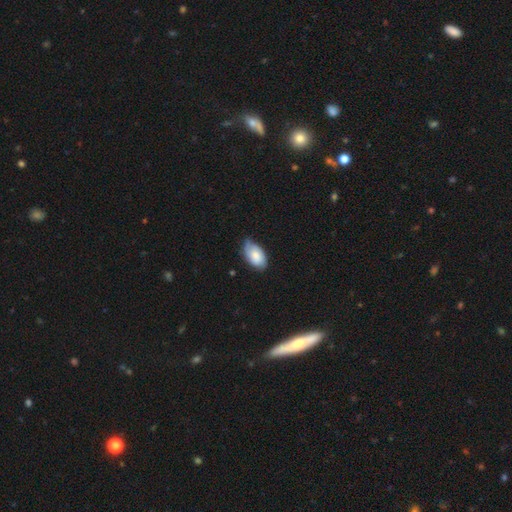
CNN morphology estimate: This is likely a smooth galaxy (71%). How rounded: clearly in between (94%). Merging: possibly none (59%).